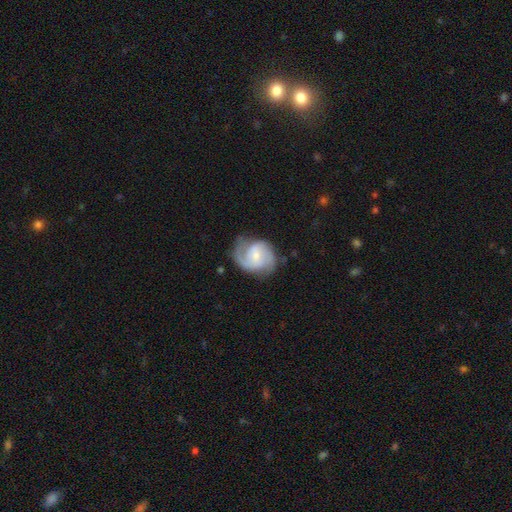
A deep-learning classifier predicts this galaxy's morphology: smooth-or-featured: featured or disk: 80% | smooth: 15% | star or artifact: 5%
  disk-edge-on: no: 98% | yes: 2%
    bar: weak: 51% | no: 37% | strong: 12%
    has-spiral-arms: yes: 95% | no: 5%
      spiral-winding: medium: 50% | tight: 31% | loose: 19%
      spiral-arm-count: 2: 75% | can't tell: 9% | 1: 7% | 3: 6% | 4: 2% | more than 4: 2%
    bulge-size: small: 59% | moderate: 32% | none: 6% | large: 3% | dominant: 1%
  merging: none: 63% | minor disturbance: 23% | major disturbance: 13% | merger: 2%